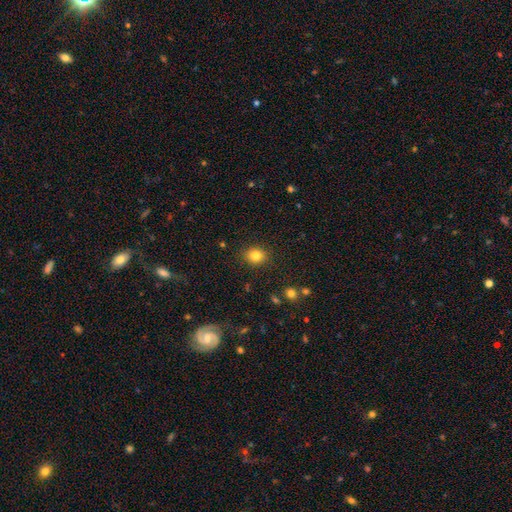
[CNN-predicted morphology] This is clearly a smooth galaxy (83%). How rounded: likely round (70%). Merging: clearly none (88%).